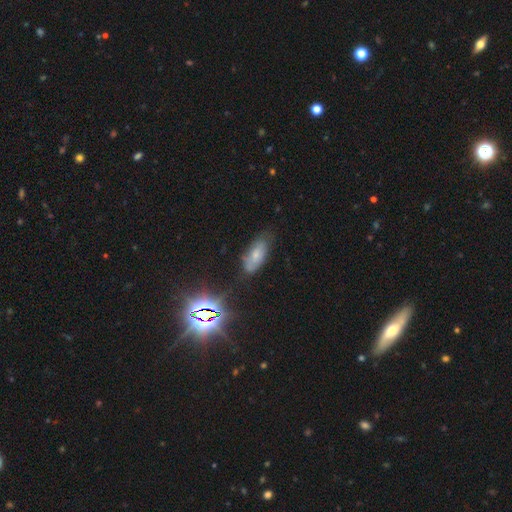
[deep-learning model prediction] Smooth or featured: smooth — 53% (featured or disk — 27%)
How rounded: in between — 84% (cigar-shaped — 13%)
Merging: none — 62% (minor disturbance — 27%)